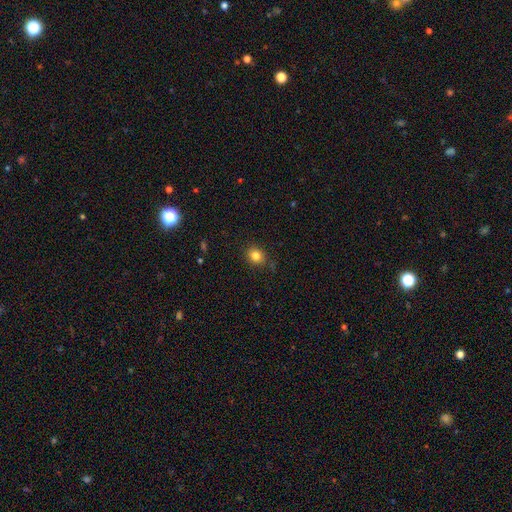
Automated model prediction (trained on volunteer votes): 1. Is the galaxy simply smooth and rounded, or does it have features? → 82% smooth, 12% star or artifact, 6% featured or disk.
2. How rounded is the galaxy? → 72% round, 27% in between, 1% cigar-shaped.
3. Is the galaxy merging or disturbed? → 84% none, 12% minor disturbance, 3% major disturbance, 1% merger.